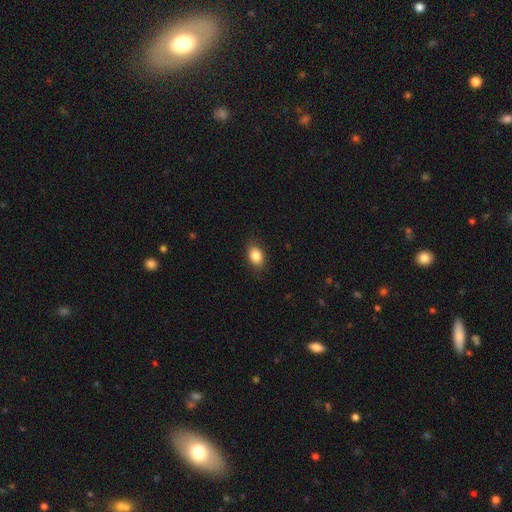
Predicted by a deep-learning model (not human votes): Overall: smooth (85%). How rounded: in between (83%). Merging: none (85%).